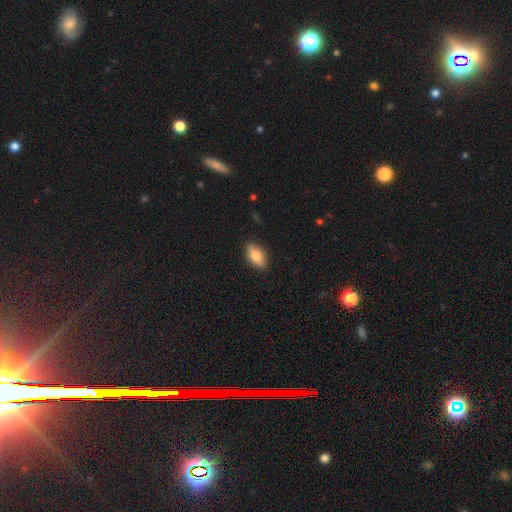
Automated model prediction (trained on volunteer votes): Smooth or featured? smooth (81%)
How rounded? in between (85%)
Merging? none (86%)